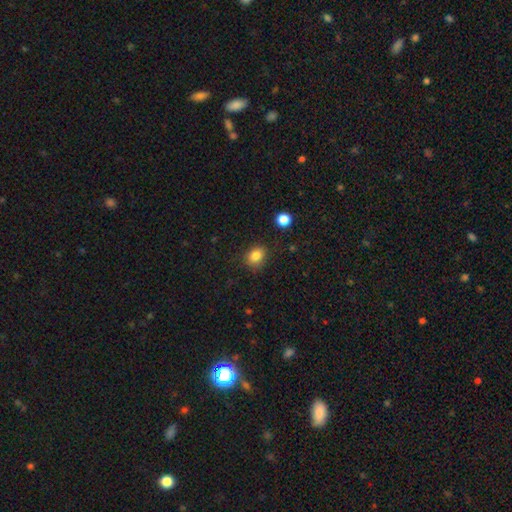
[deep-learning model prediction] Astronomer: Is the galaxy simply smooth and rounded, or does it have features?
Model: smooth — 84%.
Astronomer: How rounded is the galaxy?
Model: in between — 52% (runner-up: round, 47%).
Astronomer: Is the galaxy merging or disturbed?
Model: none — 81%.